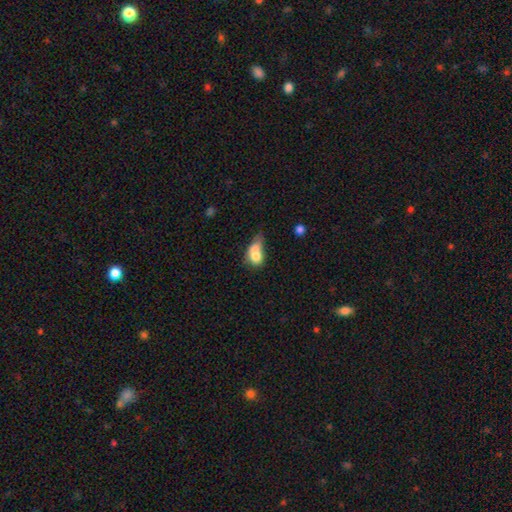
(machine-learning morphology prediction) smooth 73%, featured or disk 17%, star or artifact 10%. Down the decision tree: how rounded — in between (72%); merging — merger (34%).